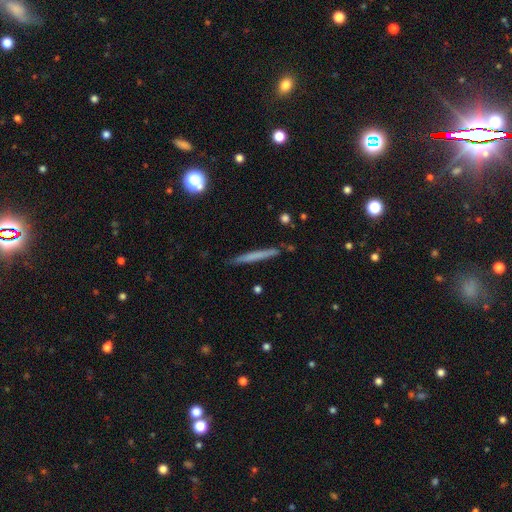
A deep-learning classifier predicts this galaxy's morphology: type=smooth (59%); roundness=cigar-shaped (96%); merging=none (88%).